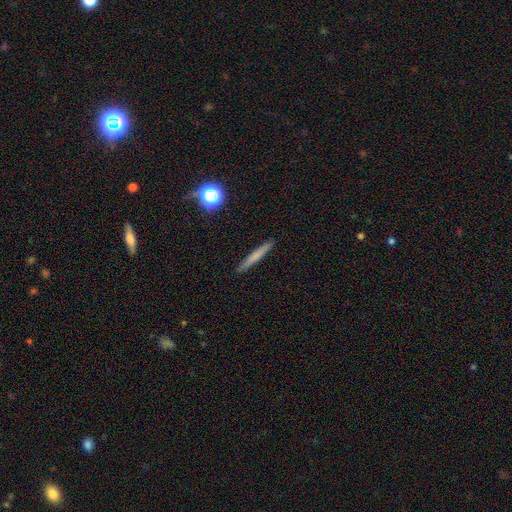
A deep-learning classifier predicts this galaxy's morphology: type=smooth (62%); roundness=cigar-shaped (96%); merging=none (91%).